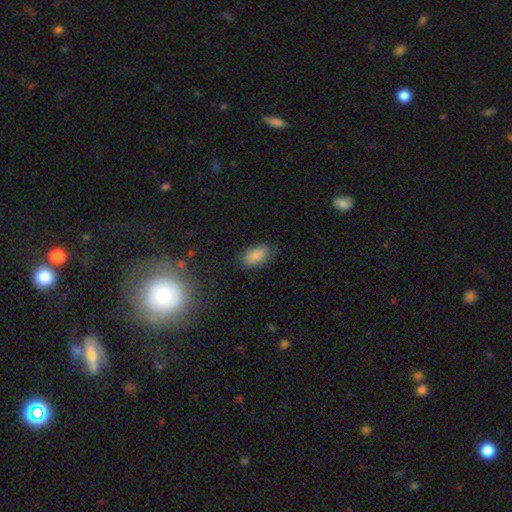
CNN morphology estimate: Smooth or featured: smooth — 85% (star or artifact — 8%)
How rounded: in between — 92% (round — 5%)
Merging: none — 78% (minor disturbance — 16%)